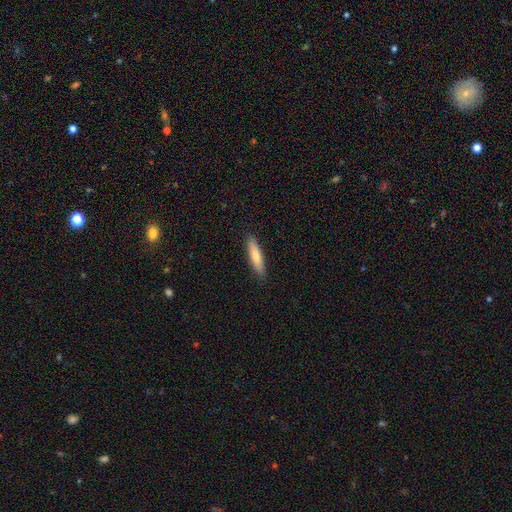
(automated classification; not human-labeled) smooth 75%, featured or disk 20%, star or artifact 6%. Down the decision tree: how rounded — cigar-shaped (82%); merging — none (89%).